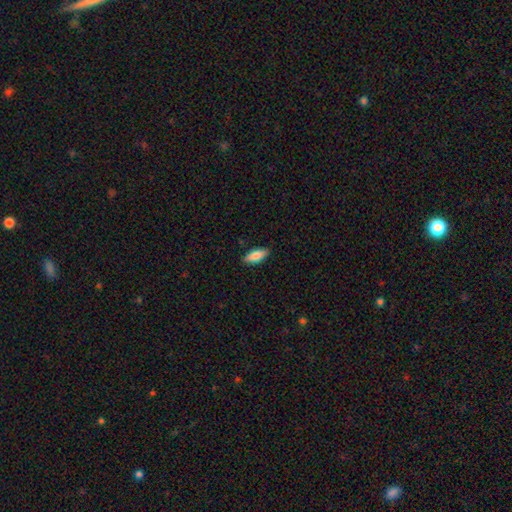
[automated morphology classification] type=smooth (82%); roundness=in between (76%); merging=none (87%).